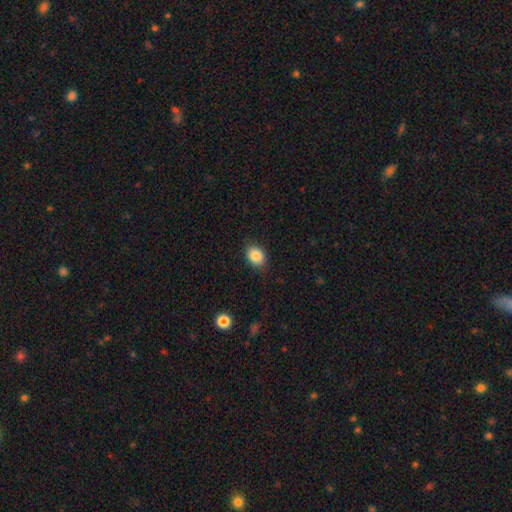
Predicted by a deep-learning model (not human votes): A smooth galaxy with no disk features (86%) that is in between round and cigar-shaped (57%).

Vote fractions:
- Smooth or featured? smooth: 86% / star or artifact: 9% / featured or disk: 6%
- How rounded? in between: 57% / round: 42% / cigar-shaped: 1%
- Merging? none: 85% / minor disturbance: 12% / major disturbance: 3% / merger: 1%